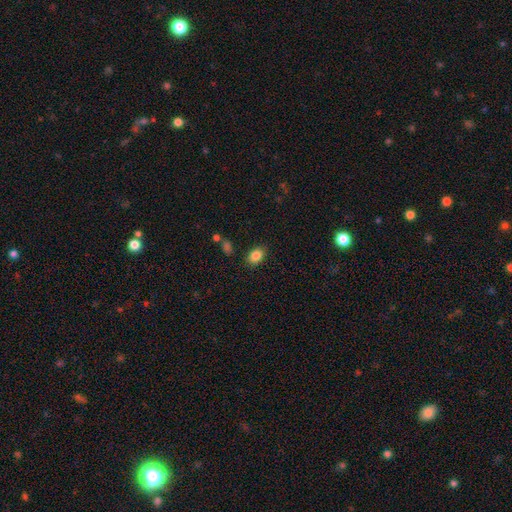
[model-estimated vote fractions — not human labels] Smooth or featured: smooth — 85% (star or artifact — 9%)
How rounded: in between — 80% (round — 19%)
Merging: none — 85% (minor disturbance — 10%)